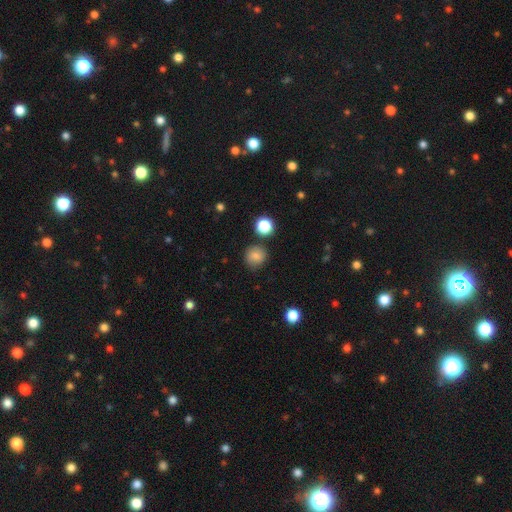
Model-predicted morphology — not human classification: type=smooth (80%); roundness=round (90%); merging=none (82%).